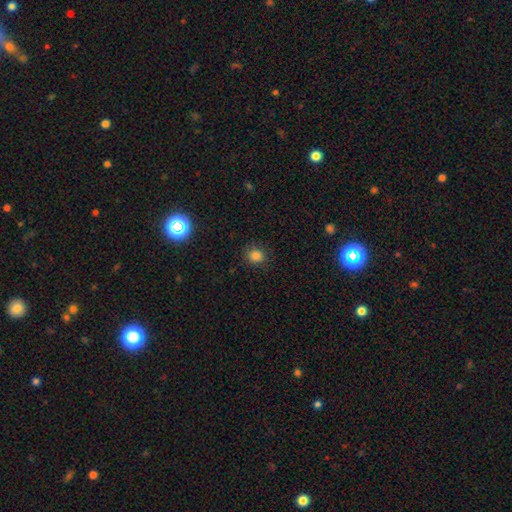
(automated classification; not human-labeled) smooth_or_featured: smooth (p=0.81) [alt: star or artifact p=0.15]
how_rounded: round (p=0.84) [alt: in between p=0.15]
merging: none (p=0.86) [alt: minor disturbance p=0.10]